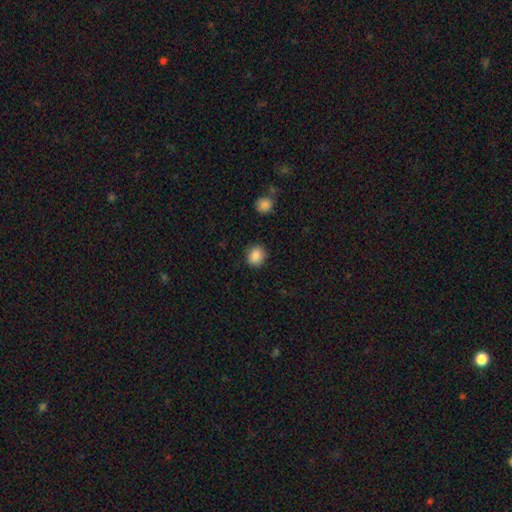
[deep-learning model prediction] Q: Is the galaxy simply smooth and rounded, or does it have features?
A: smooth — 88%.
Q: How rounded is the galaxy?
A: round — 73%.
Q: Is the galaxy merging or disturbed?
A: none — 88%.